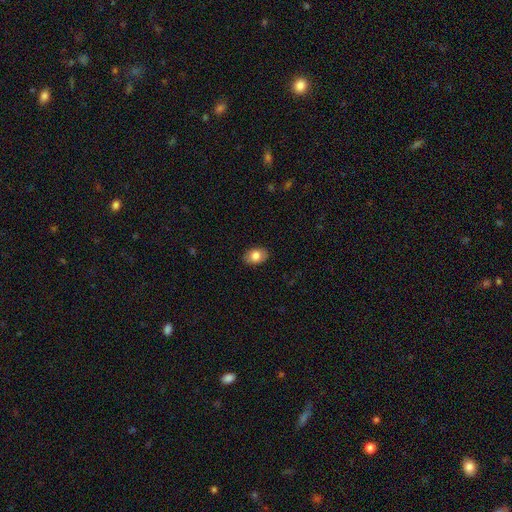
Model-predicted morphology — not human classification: smooth 81%, featured or disk 12%, star or artifact 7%. Down the decision tree: how rounded — in between (83%); merging — none (88%).